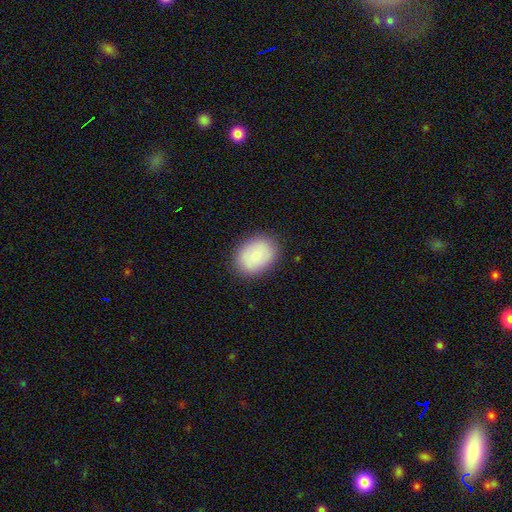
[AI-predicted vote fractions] smooth 84%, featured or disk 9%, star or artifact 7%. Down the decision tree: how rounded — in between (66%); merging — none (85%).